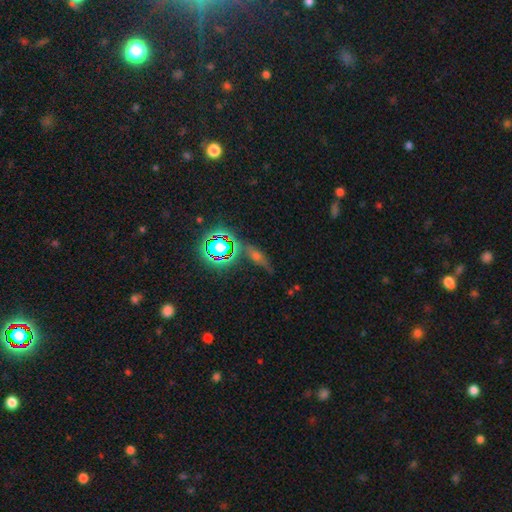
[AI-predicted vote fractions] A star or artifact, not a galaxy (43%).

Vote fractions:
- Smooth or featured? star or artifact: 43% / featured or disk: 29% / smooth: 28%